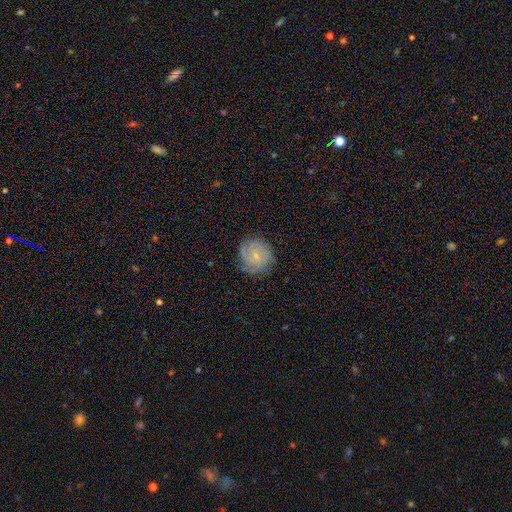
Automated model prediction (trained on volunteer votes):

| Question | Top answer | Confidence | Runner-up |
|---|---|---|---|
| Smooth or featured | featured or disk | 62% | smooth (30%) |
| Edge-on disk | no | 98% | yes (2%) |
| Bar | no | 55% | weak (39%) |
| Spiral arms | yes | 89% | no (11%) |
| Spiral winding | tight | 64% | medium (28%) |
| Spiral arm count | can't tell | 37% | 2 (28%) |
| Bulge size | small | 75% | moderate (17%) |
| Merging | none | 77% | minor disturbance (17%) |